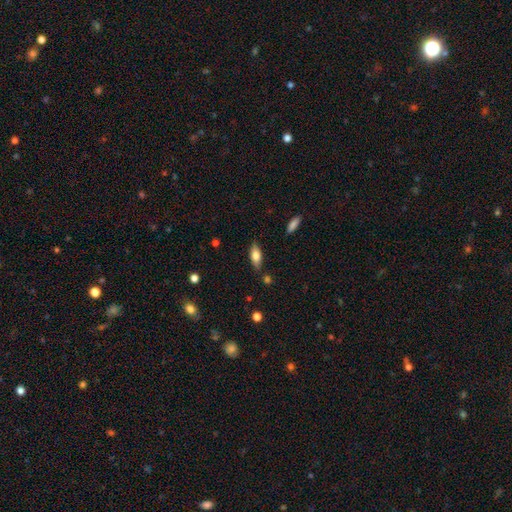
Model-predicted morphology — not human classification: smooth_or_featured: smooth (p=0.73) [alt: featured or disk p=0.20]
how_rounded: in between (p=0.78) [alt: cigar-shaped p=0.20]
merging: none (p=0.80) [alt: minor disturbance p=0.14]